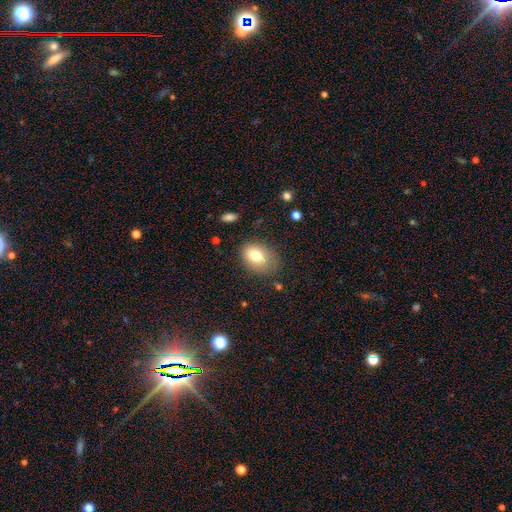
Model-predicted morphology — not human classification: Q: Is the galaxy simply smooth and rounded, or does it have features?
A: smooth — 78%.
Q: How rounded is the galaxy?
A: in between — 77%.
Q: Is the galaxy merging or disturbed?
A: none — 73%.